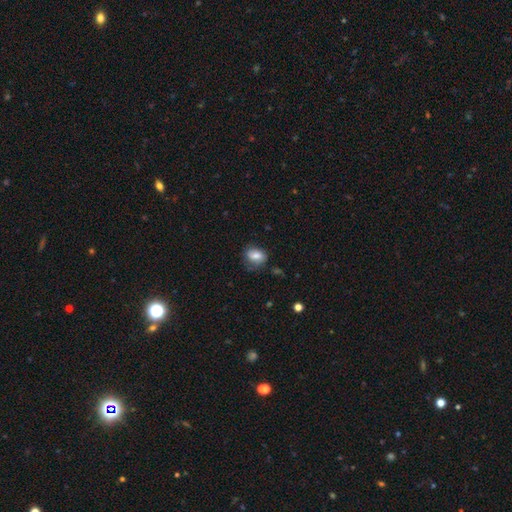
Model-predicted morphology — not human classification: smooth 72%, featured or disk 19%, star or artifact 9%. Down the decision tree: how rounded — in between (63%); merging — none (61%).